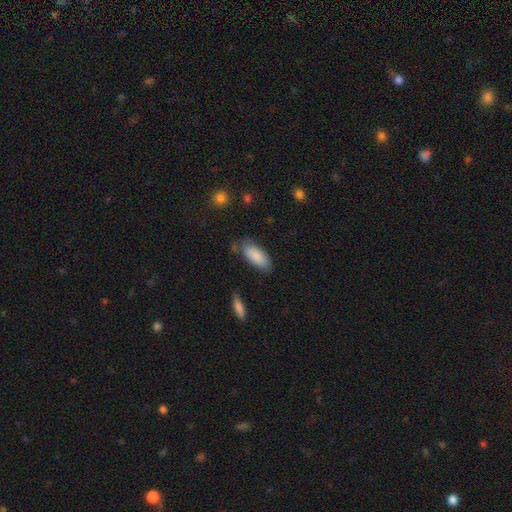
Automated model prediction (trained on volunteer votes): Smooth or featured: smooth — 88% (featured or disk — 6%)
How rounded: in between — 83% (cigar-shaped — 16%)
Merging: none — 73% (minor disturbance — 18%)